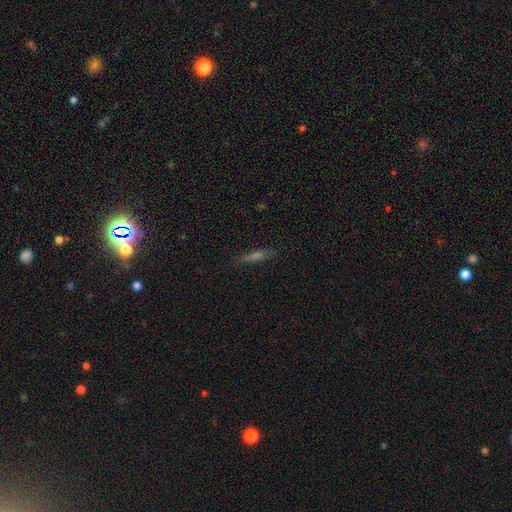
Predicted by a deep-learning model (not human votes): This appears to be a smooth galaxy with no disk features (45%). Merging: none (86%).